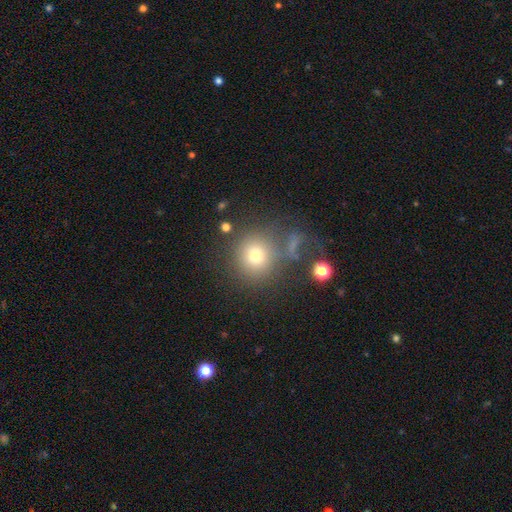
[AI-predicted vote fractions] smooth 73%, star or artifact 16%, featured or disk 12%. Down the decision tree: how rounded — round (90%); merging — none (69%).